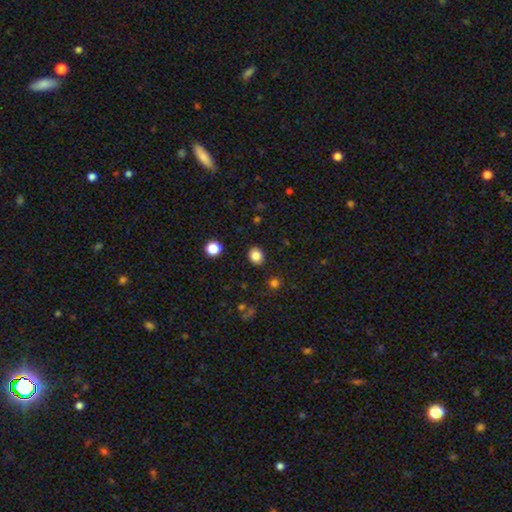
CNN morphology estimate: type=smooth (84%); roundness=round (68%); merging=none (89%).